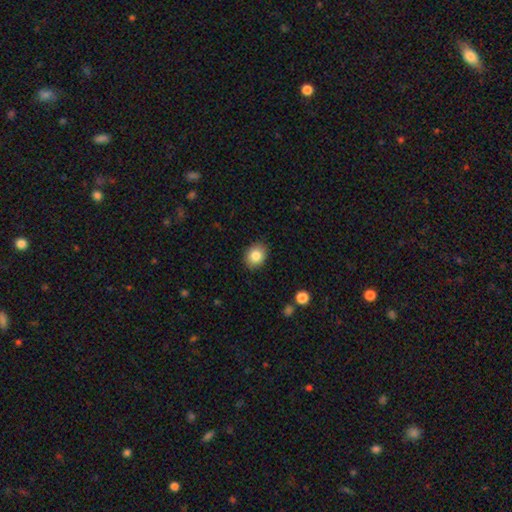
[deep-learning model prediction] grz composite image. It shows a smooth galaxy with no disk features (84%) that is round (53%). Merging: none (88%).